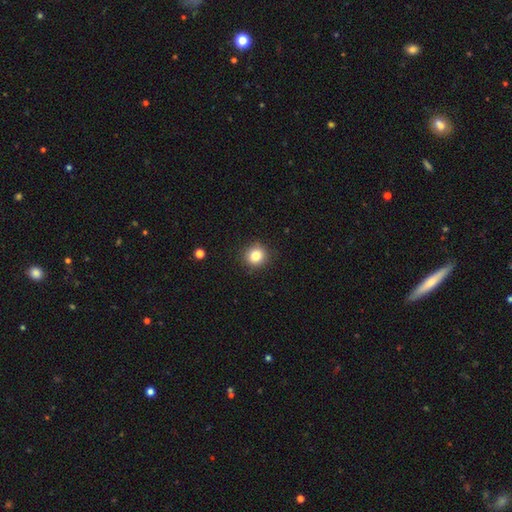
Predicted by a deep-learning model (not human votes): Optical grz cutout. It shows a smooth galaxy with no disk features (83%) that is round (91%). Merging: none (90%).